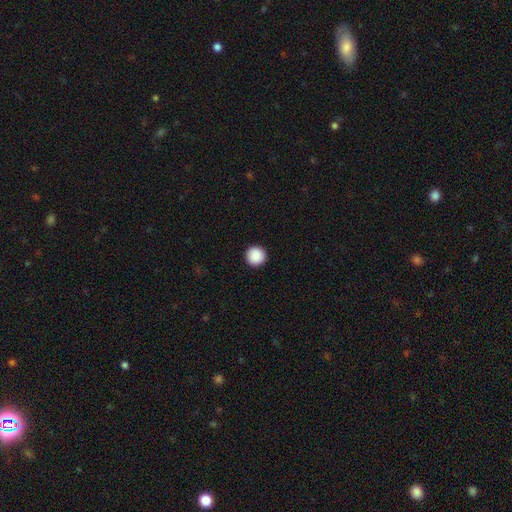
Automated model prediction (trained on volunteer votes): The model was most divided on "smooth or featured": smooth: 89%, star or artifact: 8%, featured or disk: 3%. More confident: how rounded — round (97%); merging — none (94%).